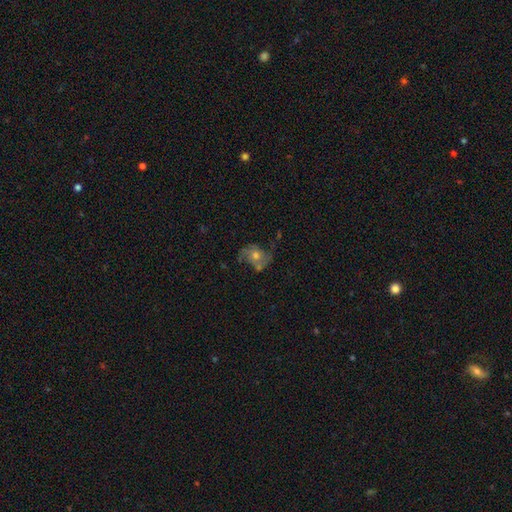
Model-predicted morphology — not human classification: Smooth or featured?
  - featured or disk: 69% *
  - smooth: 19%
  - star or artifact: 13%
Edge-on disk?
  - no: 97% *
  - yes: 3%
Bar?
  - no: 75% *
  - weak: 20%
  - strong: 4%
Spiral arms?
  - yes: 87% *
  - no: 13%
Spiral winding?
  - medium: 44% *
  - loose: 40%
  - tight: 16%
Spiral arm count?
  - 2: 78% *
  - can't tell: 9%
  - 3: 5%
  - 1: 4%
  - 4: 2%
  - more than 4: 2%
Bulge size?
  - moderate: 62% *
  - small: 27%
  - large: 7%
  - none: 2%
  - dominant: 2%
Merging?
  - none: 62% *
  - minor disturbance: 19%
  - major disturbance: 14%
  - merger: 6%